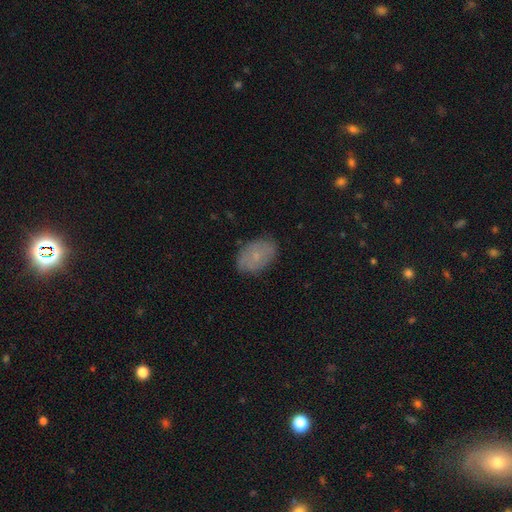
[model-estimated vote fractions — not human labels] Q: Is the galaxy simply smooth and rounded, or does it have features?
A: smooth — 67%.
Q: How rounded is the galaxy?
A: in between — 85%.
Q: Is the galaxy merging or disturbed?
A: none — 80%.